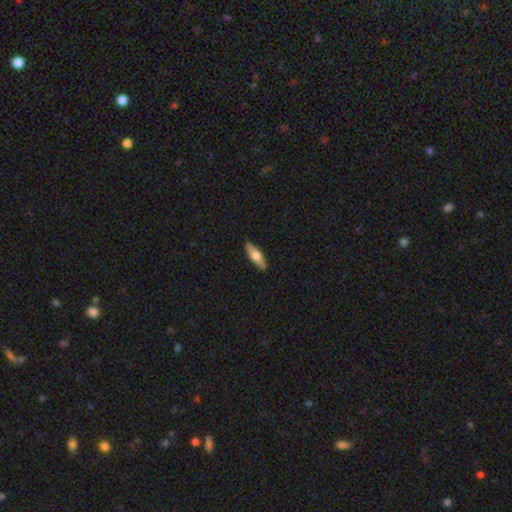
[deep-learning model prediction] smooth 56%, featured or disk 39%, star or artifact 5%. Down the decision tree: how rounded — in between (49%); merging — none (90%).